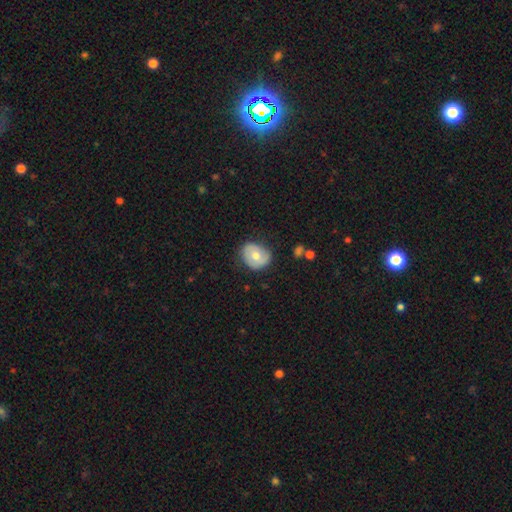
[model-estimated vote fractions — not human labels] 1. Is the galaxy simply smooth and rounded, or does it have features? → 54% smooth, 39% featured or disk, 7% star or artifact.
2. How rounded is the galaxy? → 53% round, 46% in between, 1% cigar-shaped.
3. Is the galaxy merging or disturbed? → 71% none, 22% minor disturbance, 5% major disturbance, 2% merger.